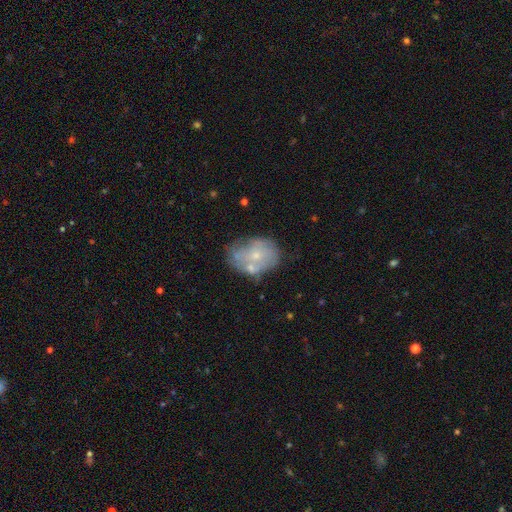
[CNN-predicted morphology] Smooth or featured?
  - featured or disk: 49% *
  - smooth: 43%
  - star or artifact: 8%
Merging?
  - none: 41% *
  - minor disturbance: 26%
  - merger: 21%
  - major disturbance: 11%